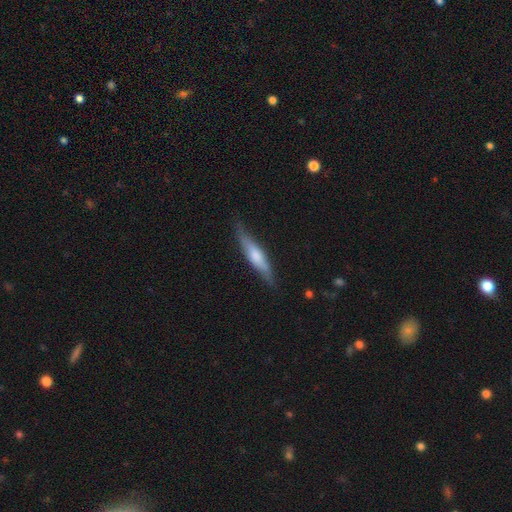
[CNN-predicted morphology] A featured or disk galaxy (48%). Merging: none (80%).